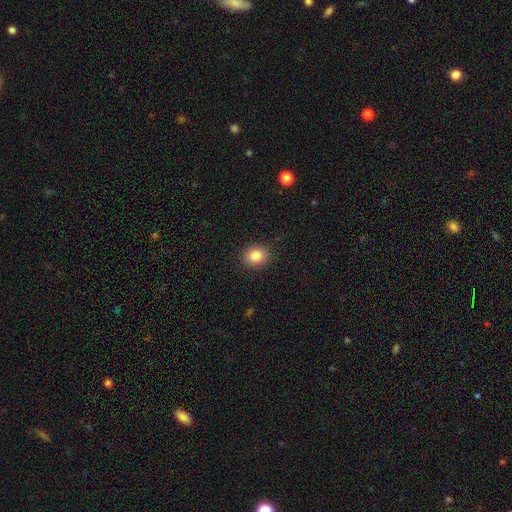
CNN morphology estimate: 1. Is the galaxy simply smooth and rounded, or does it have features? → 85% smooth, 10% star or artifact, 5% featured or disk.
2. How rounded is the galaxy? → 64% round, 35% in between, 1% cigar-shaped.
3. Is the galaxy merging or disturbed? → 89% none, 8% minor disturbance, 2% major disturbance, 1% merger.